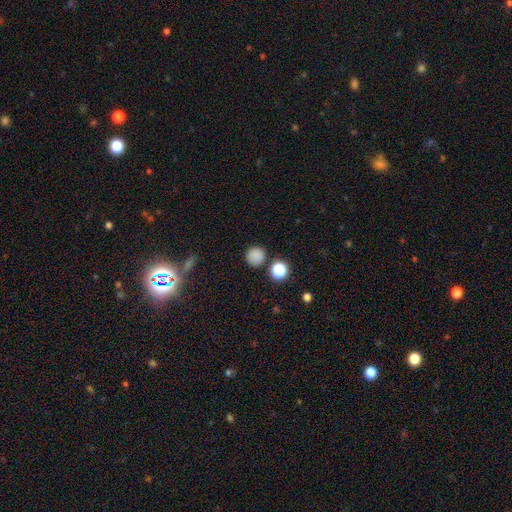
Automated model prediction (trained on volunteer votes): smooth-or-featured: smooth: 81% | star or artifact: 14% | featured or disk: 5%
  how-rounded: round: 92% | in between: 7% | cigar-shaped: 1%
  merging: none: 83% | minor disturbance: 8% | merger: 5% | major disturbance: 3%